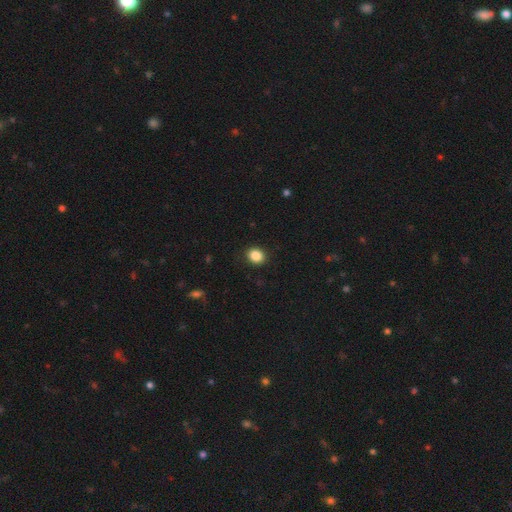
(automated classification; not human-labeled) Overall: smooth (87%). How rounded: round (68%; in between 31%). Merging: none (90%).